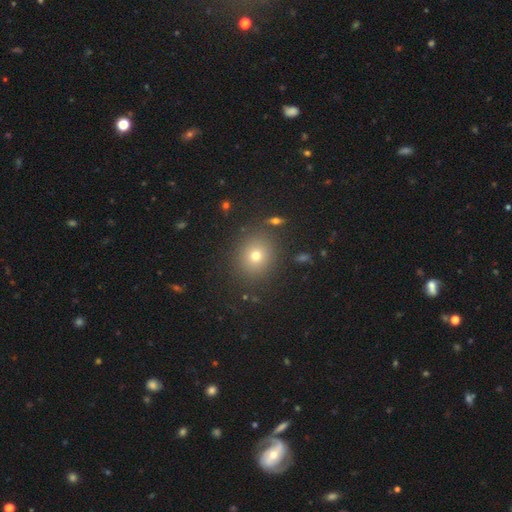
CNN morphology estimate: Smooth or featured? Predicted: smooth (p=0.71). How rounded? Predicted: round (p=0.81). Merging? Predicted: none (p=0.87).